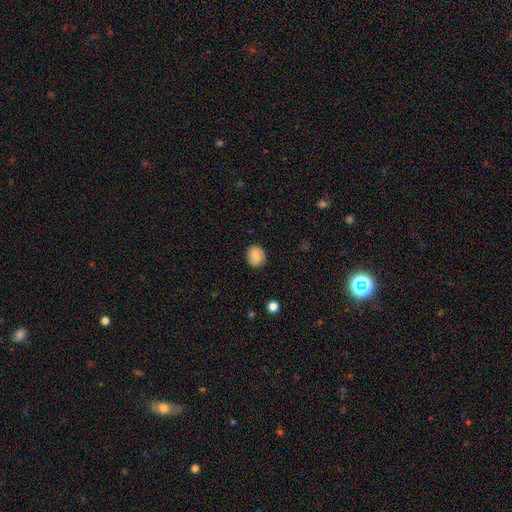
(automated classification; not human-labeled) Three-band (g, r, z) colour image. It shows a smooth galaxy with no disk features (80%) that is round (71%). Merging: none (88%).